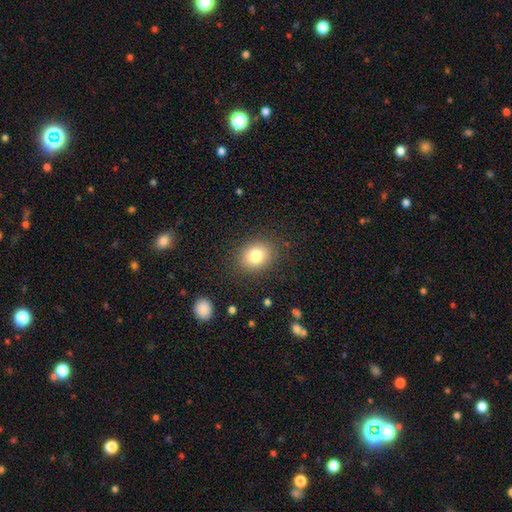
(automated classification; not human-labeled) smooth 80%, star or artifact 11%, featured or disk 9%. Down the decision tree: how rounded — round (60%); merging — none (86%).